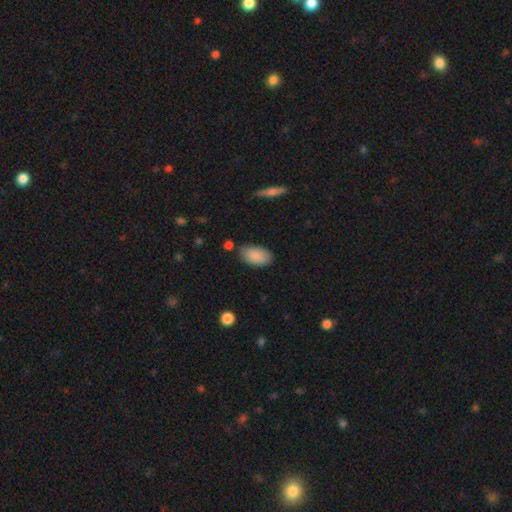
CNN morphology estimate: smooth-or-featured: smooth: 88% | star or artifact: 6% | featured or disk: 6%
  how-rounded: in between: 94% | round: 3% | cigar-shaped: 2%
  merging: none: 77% | minor disturbance: 16% | merger: 4% | major disturbance: 3%